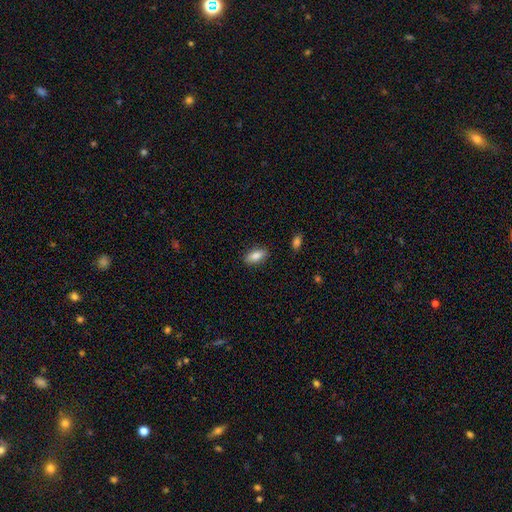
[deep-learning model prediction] A smooth galaxy with no disk features (84%) that is in between round and cigar-shaped (84%).

Vote fractions:
- Smooth or featured? smooth: 84% / featured or disk: 9% / star or artifact: 7%
- How rounded? in between: 84% / cigar-shaped: 13% / round: 3%
- Merging? none: 87% / minor disturbance: 9% / major disturbance: 2% / merger: 1%